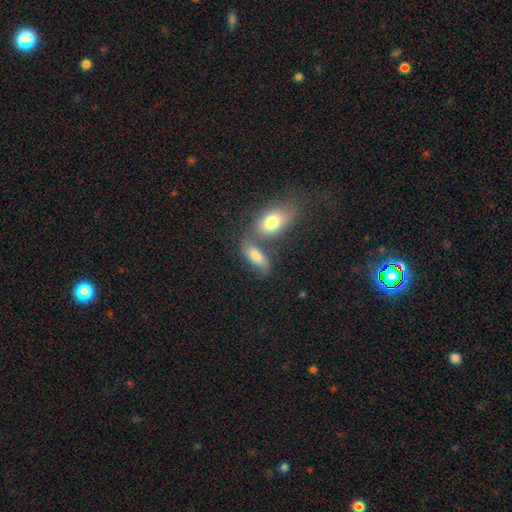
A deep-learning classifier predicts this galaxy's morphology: smooth 75%, featured or disk 16%, star or artifact 9%. Down the decision tree: how rounded — in between (78%); merging — merger (42%).